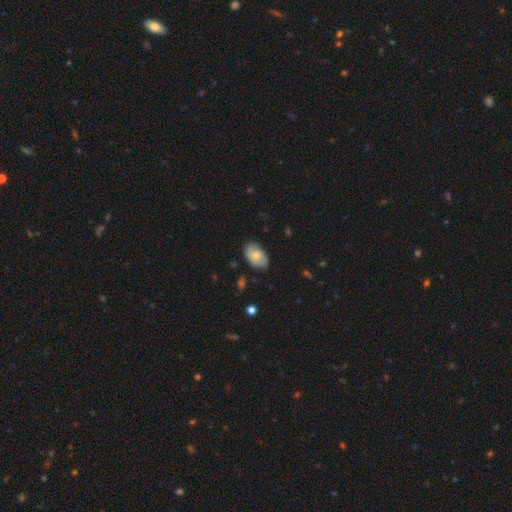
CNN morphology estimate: This appears to be a smooth galaxy with no disk features (72%) that is in between round and cigar-shaped (91%). Merging: none (78%).